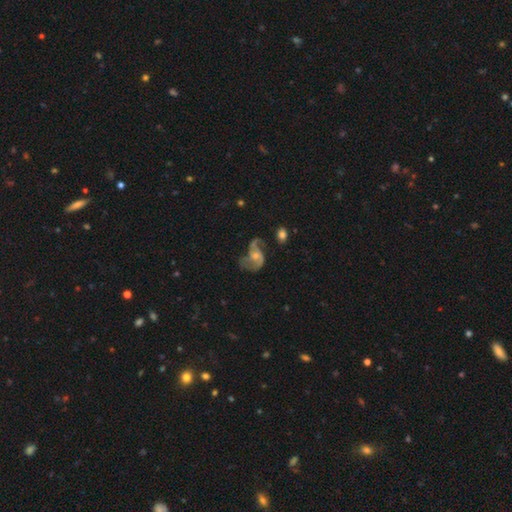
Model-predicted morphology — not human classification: Smooth or featured?
  - featured or disk: 76% *
  - smooth: 16%
  - star or artifact: 8%
Edge-on disk?
  - no: 98% *
  - yes: 2%
Bar?
  - no: 60% *
  - weak: 33%
  - strong: 7%
Spiral arms?
  - yes: 88% *
  - no: 12%
Spiral winding?
  - loose: 52% *
  - medium: 39%
  - tight: 9%
Spiral arm count?
  - 2: 74% *
  - can't tell: 8%
  - 3: 7%
  - 1: 6%
  - 4: 2%
  - more than 4: 2%
Bulge size?
  - small: 49% *
  - moderate: 35%
  - none: 11%
  - large: 4%
  - dominant: 1%
Merging?
  - none: 39% *
  - major disturbance: 33%
  - minor disturbance: 21%
  - merger: 6%